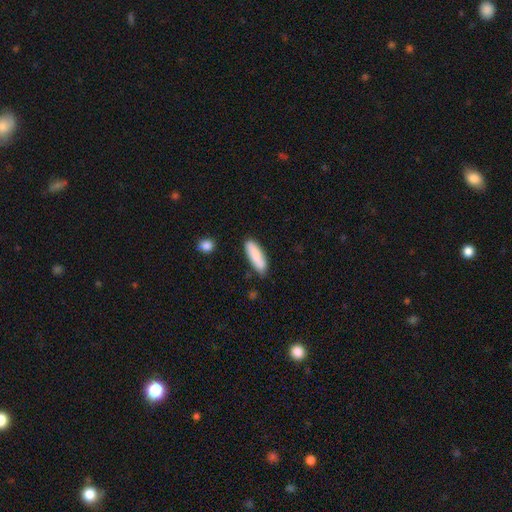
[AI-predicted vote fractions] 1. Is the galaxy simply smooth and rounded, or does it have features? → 82% smooth, 12% featured or disk, 6% star or artifact.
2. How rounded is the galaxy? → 49% in between (tied), 49% cigar-shaped (tied), 2% round.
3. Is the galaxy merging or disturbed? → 79% none, 15% minor disturbance, 3% merger, 3% major disturbance.